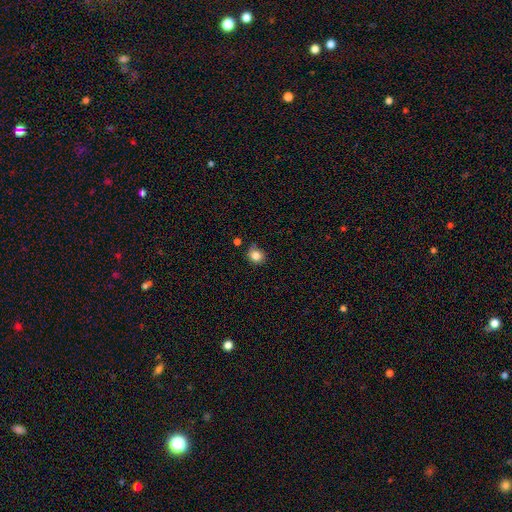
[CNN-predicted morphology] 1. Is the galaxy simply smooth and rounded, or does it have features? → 84% smooth, 11% star or artifact, 6% featured or disk.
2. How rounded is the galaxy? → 78% round, 21% in between, 1% cigar-shaped.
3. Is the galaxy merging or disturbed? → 76% none, 17% minor disturbance, 4% merger, 3% major disturbance.